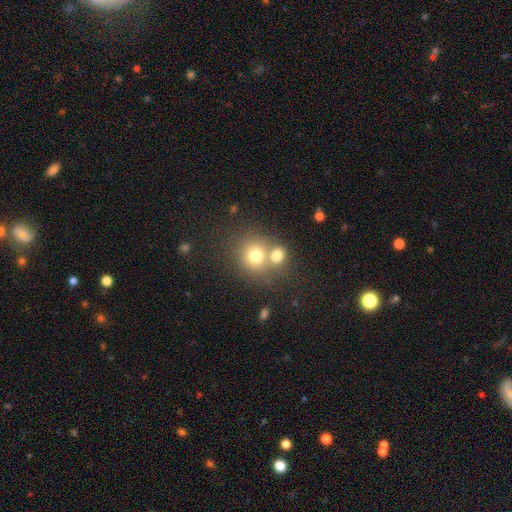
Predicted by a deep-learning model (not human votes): Overall: smooth (74%). How rounded: round (82%). Merging: none (45%; merger 44%).